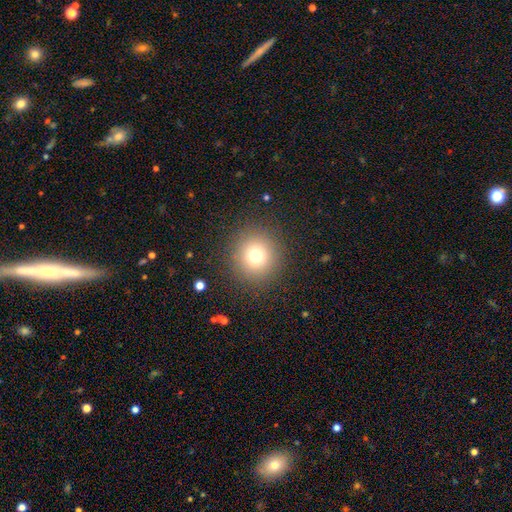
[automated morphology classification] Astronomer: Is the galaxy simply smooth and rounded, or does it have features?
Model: smooth — 75%.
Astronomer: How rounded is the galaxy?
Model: round — 94%.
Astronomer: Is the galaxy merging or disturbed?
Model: none — 89%.